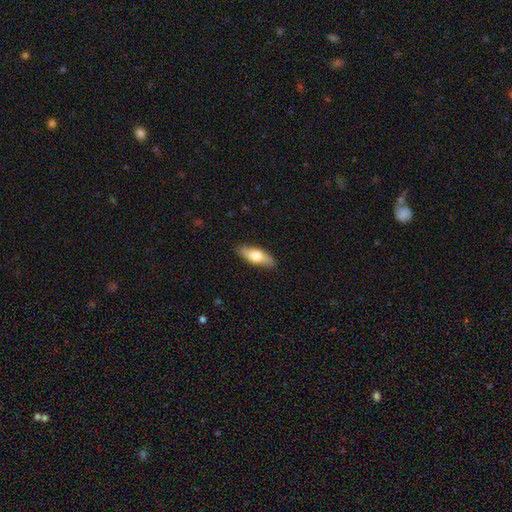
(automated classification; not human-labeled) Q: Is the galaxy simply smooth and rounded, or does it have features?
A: smooth — 66%.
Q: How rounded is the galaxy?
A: in between — 66%.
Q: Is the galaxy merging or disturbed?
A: none — 88%.